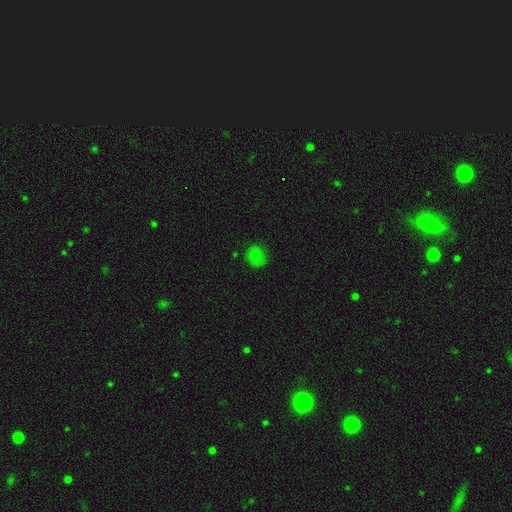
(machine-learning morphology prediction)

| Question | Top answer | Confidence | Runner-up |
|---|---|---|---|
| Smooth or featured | smooth | 74% | star or artifact (19%) |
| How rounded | round | 85% | in between (14%) |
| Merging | none | 77% | minor disturbance (17%) |